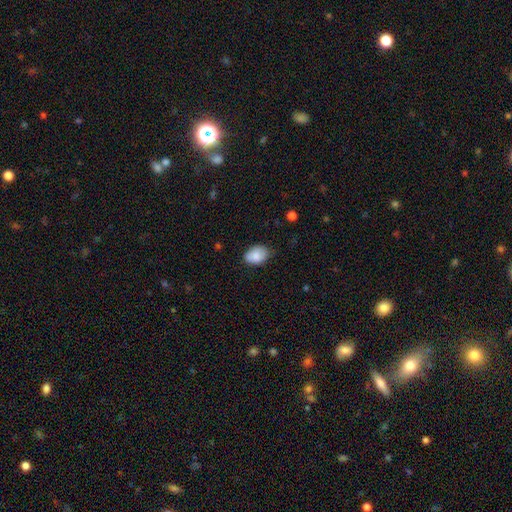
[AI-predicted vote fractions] smooth 85%, featured or disk 8%, star or artifact 7%. Down the decision tree: how rounded — in between (84%); merging — none (68%).